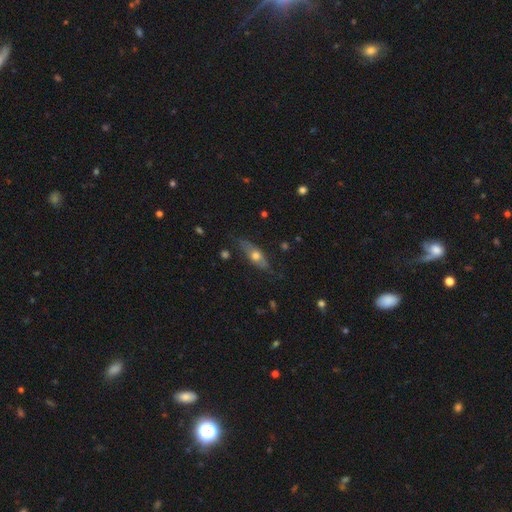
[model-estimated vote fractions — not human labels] Morphology: type=smooth (51%); roundness=in between (59%); merging=none (71%).